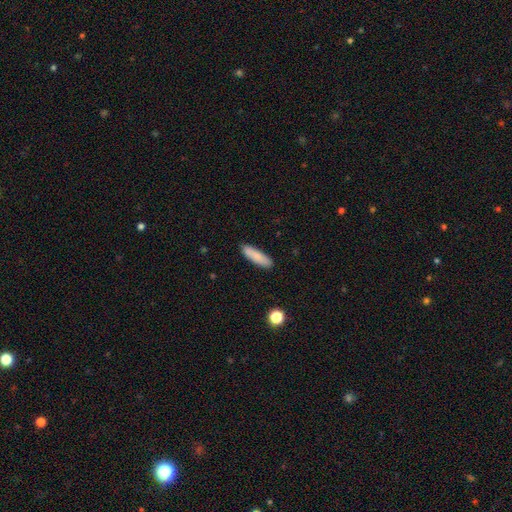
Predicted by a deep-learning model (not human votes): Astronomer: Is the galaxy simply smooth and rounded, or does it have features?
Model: smooth — 84%.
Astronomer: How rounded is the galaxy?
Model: cigar-shaped — 67%.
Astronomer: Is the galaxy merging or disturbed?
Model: none — 88%.